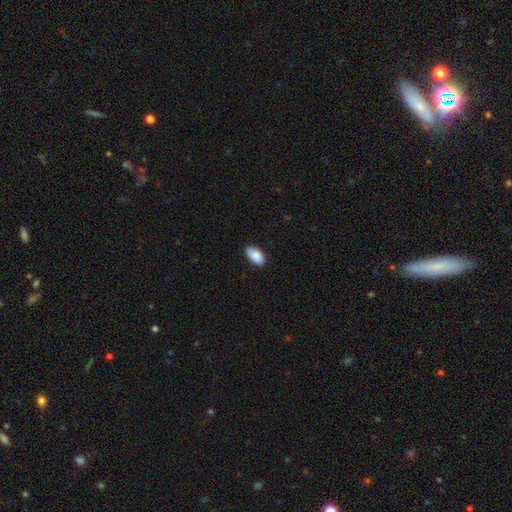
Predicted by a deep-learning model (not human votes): Smooth or featured: smooth — 86% (featured or disk — 8%)
How rounded: in between — 95% (cigar-shaped — 3%)
Merging: none — 84% (minor disturbance — 13%)